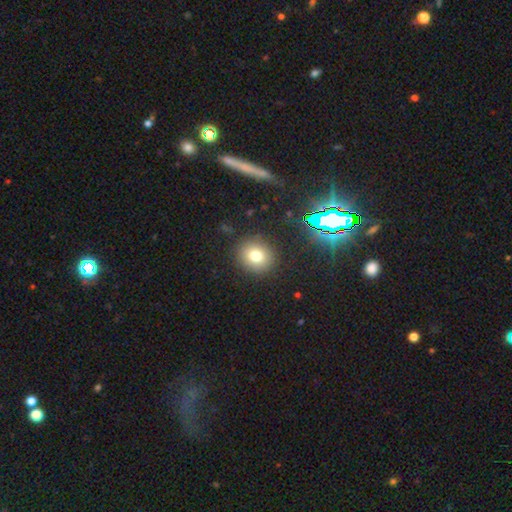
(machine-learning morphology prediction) type=smooth (75%); roundness=round (85%); merging=none (89%).